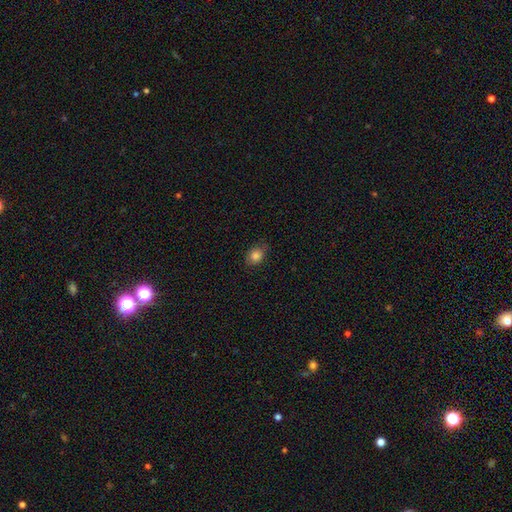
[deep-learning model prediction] smooth 84%, star or artifact 10%, featured or disk 6%. Down the decision tree: how rounded — in between (55%); merging — none (74%).